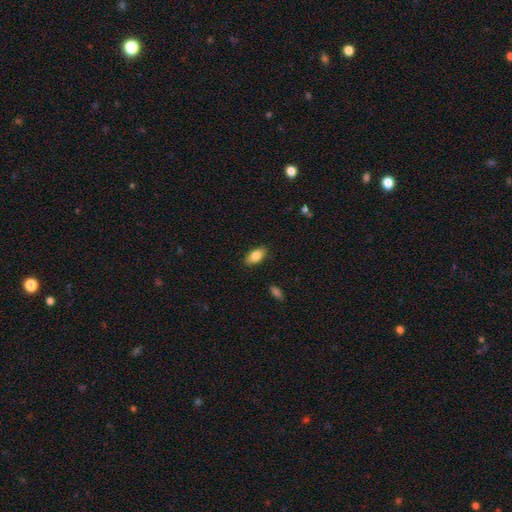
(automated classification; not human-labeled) Morphology: type=smooth (81%); roundness=in between (89%); merging=none (87%).